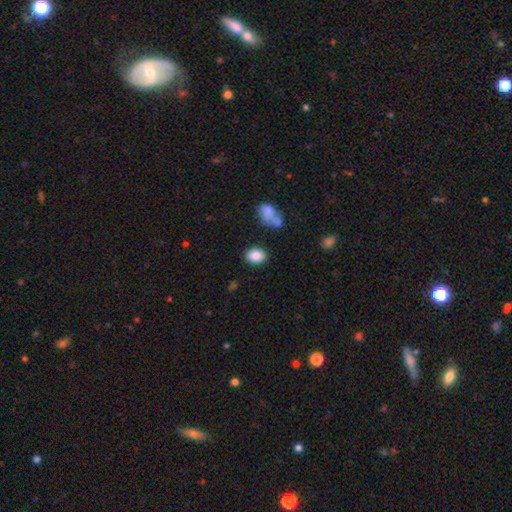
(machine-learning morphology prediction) A smooth galaxy with no disk features (86%) that is in between round and cigar-shaped (58%). Merging: none (83%).